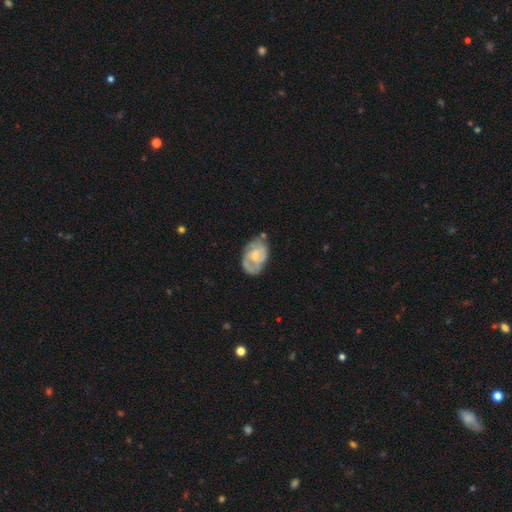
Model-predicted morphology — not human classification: smooth-or-featured: featured or disk: 64% | smooth: 30% | star or artifact: 6%
  disk-edge-on: no: 97% | yes: 3%
    bar: no: 64% | weak: 31% | strong: 5%
    has-spiral-arms: yes: 67% | no: 33%
    bulge-size: small: 46% | moderate: 39% | none: 10% | large: 4% | dominant: 1%
  merging: none: 53% | minor disturbance: 30% | major disturbance: 12% | merger: 5%